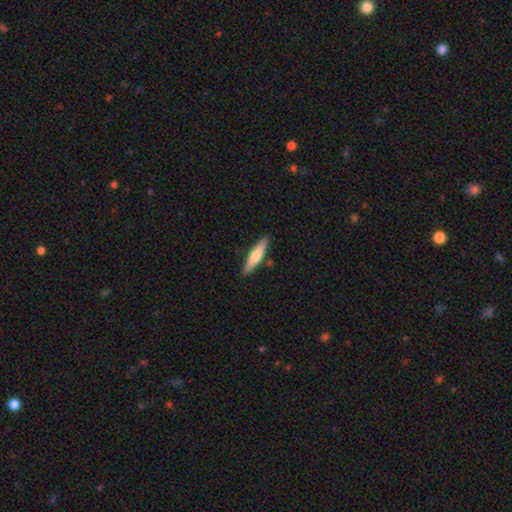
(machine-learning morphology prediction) smooth 56%, featured or disk 38%, star or artifact 5%. Down the decision tree: how rounded — cigar-shaped (83%); merging — none (88%).